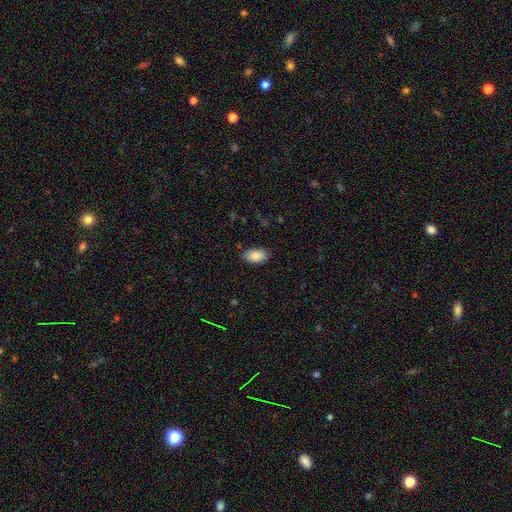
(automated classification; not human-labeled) This appears to be a smooth galaxy with no disk features (87%) that is in between round and cigar-shaped (94%). Merging: none (85%).